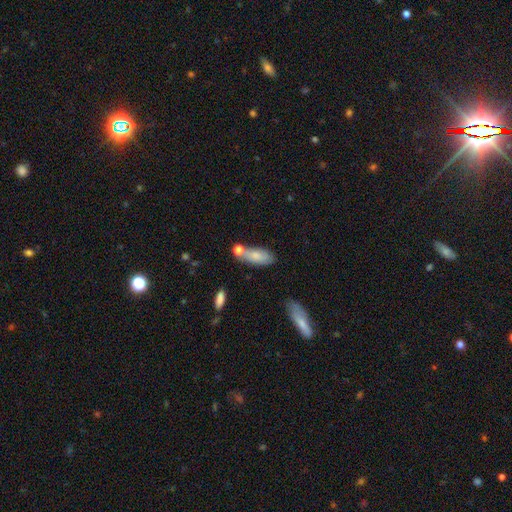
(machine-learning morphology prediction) The model was most divided on "merging": none: 54%, minor disturbance: 20%, merger: 20%, major disturbance: 6%. More confident: smooth or featured — smooth (75%); how rounded — in between (73%).